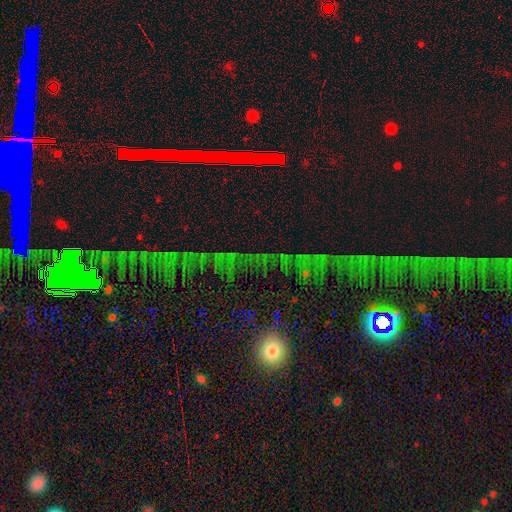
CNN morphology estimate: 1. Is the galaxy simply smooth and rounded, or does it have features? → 70% star or artifact, 17% smooth, 14% featured or disk.